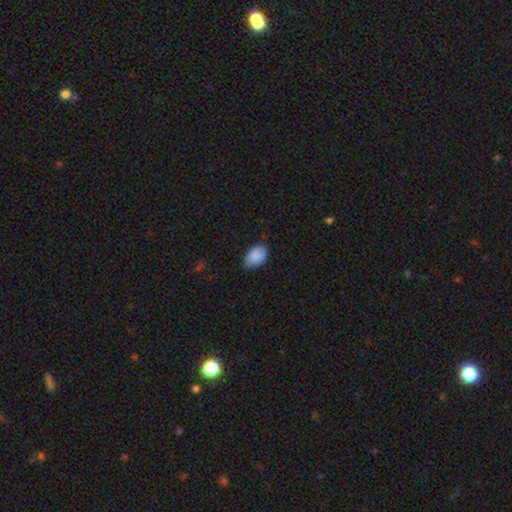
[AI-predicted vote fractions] Smooth or featured?
  - smooth: 88% *
  - star or artifact: 7%
  - featured or disk: 5%
How rounded?
  - in between: 89% *
  - round: 10%
  - cigar-shaped: 1%
Merging?
  - none: 74% *
  - minor disturbance: 22%
  - major disturbance: 3%
  - merger: 1%